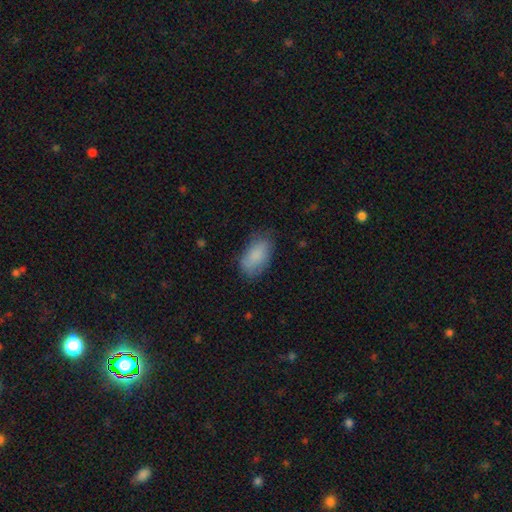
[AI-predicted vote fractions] This is clearly a smooth galaxy (85%). How rounded: clearly in between (94%). Merging: likely none (70%).